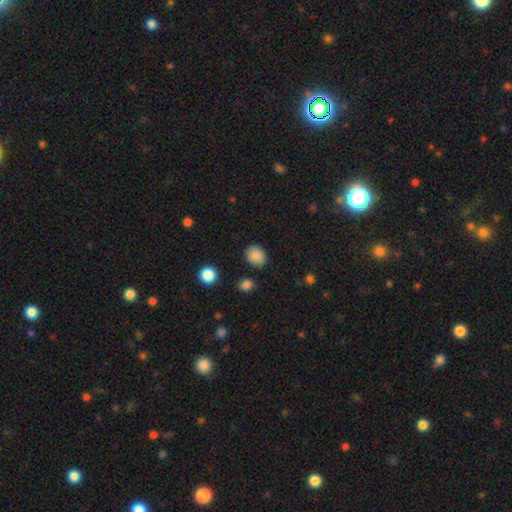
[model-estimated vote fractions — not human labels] A smooth galaxy with no disk features (86%) that is round (53%).

Vote fractions:
- Smooth or featured? smooth: 86% / star or artifact: 9% / featured or disk: 5%
- How rounded? round: 53% / in between: 46% / cigar-shaped: 1%
- Merging? none: 85% / minor disturbance: 10% / major disturbance: 3% / merger: 2%